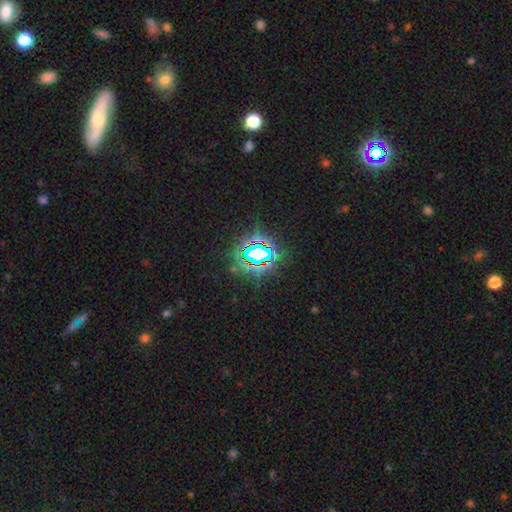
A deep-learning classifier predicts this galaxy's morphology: type=star or artifact (75%).